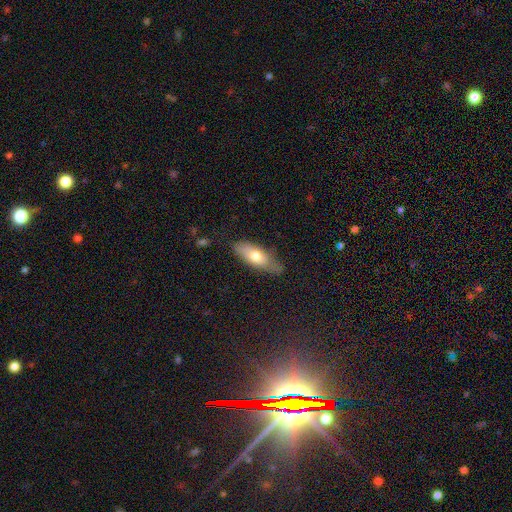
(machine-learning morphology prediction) Smooth or featured? smooth (66%)
How rounded? in between (70%)
Merging? none (63%)